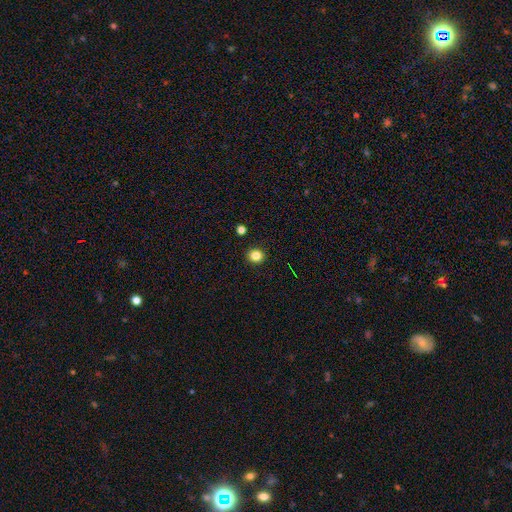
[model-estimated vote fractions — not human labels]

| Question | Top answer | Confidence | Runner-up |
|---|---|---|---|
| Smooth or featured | smooth | 83% | star or artifact (12%) |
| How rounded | round | 83% | in between (16%) |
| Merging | none | 91% | minor disturbance (6%) |